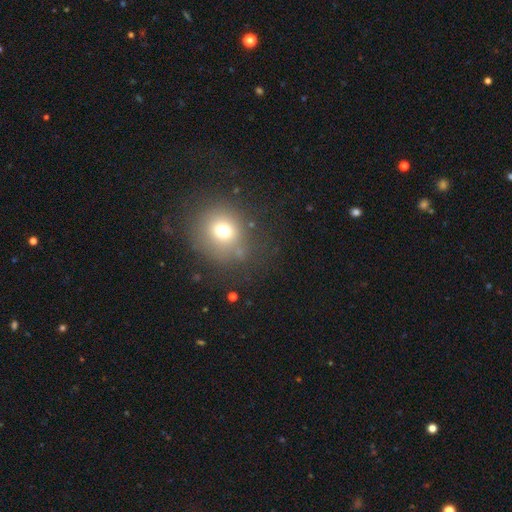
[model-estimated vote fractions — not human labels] The model was most divided on "smooth or featured": smooth: 62%, star or artifact: 24%, featured or disk: 14%. More confident: how rounded — round (83%); merging — none (78%).